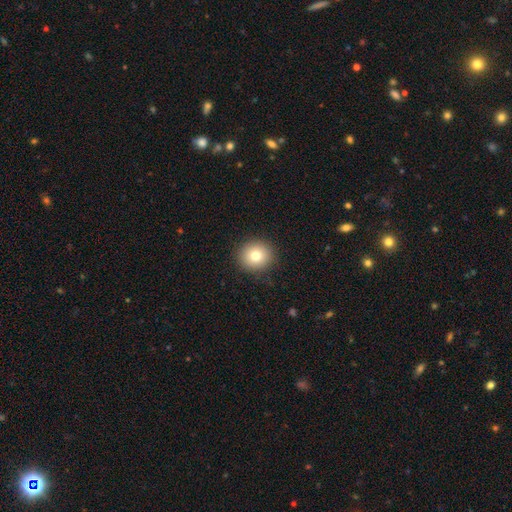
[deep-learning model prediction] The model was most divided on "smooth or featured": smooth: 78%, star or artifact: 11%, featured or disk: 10%. More confident: merging — none (89%); how rounded — round (86%).